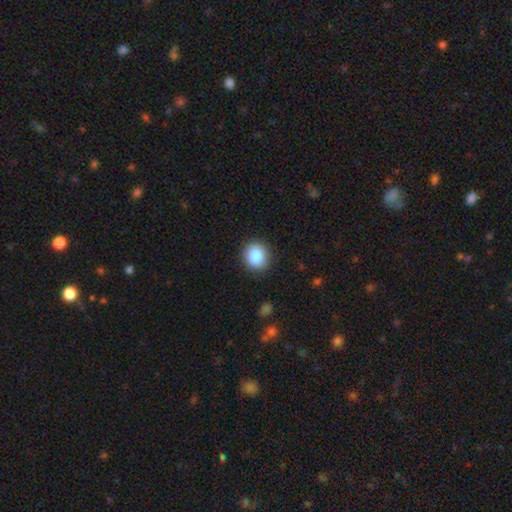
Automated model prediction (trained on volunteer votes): This appears to be a smooth galaxy with no disk features (87%) that is round (85%). Merging: none (89%).